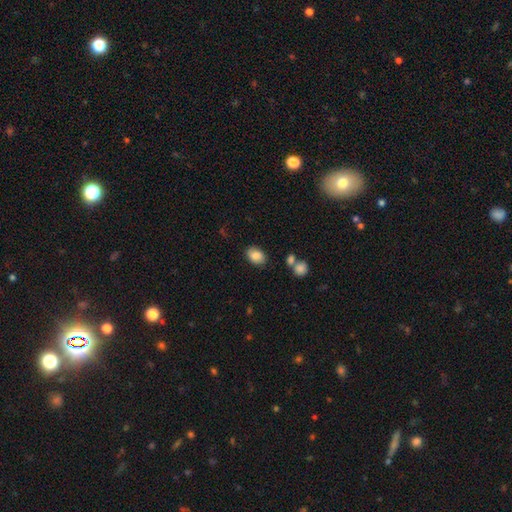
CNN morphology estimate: Overall: smooth (84%). How rounded: in between (83%). Merging: none (80%).